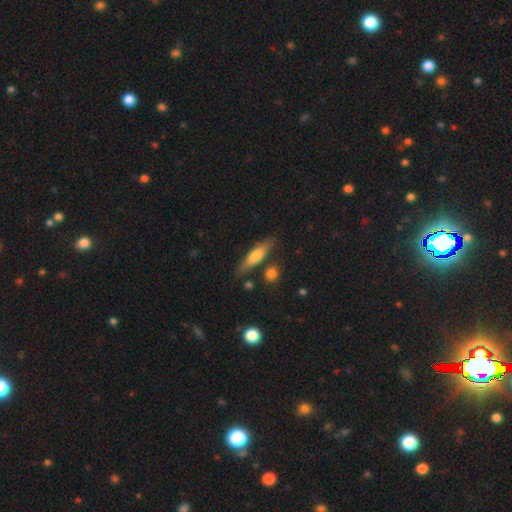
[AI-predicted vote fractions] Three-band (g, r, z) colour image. It shows a smooth galaxy with no disk features (60%) that is cigar-shaped (71%). Merging: none (77%).